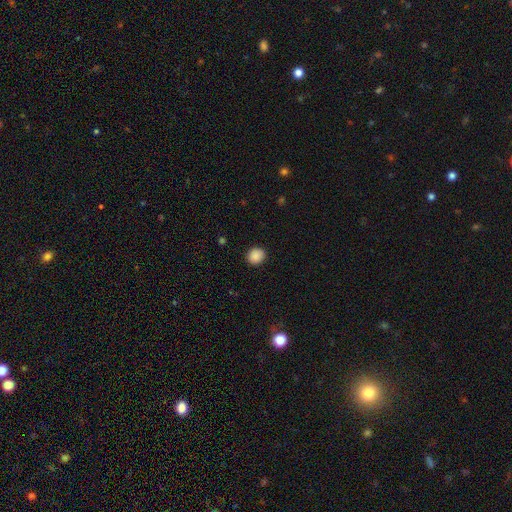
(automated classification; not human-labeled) Morphology: type=smooth (88%); roundness=round (81%); merging=none (90%).